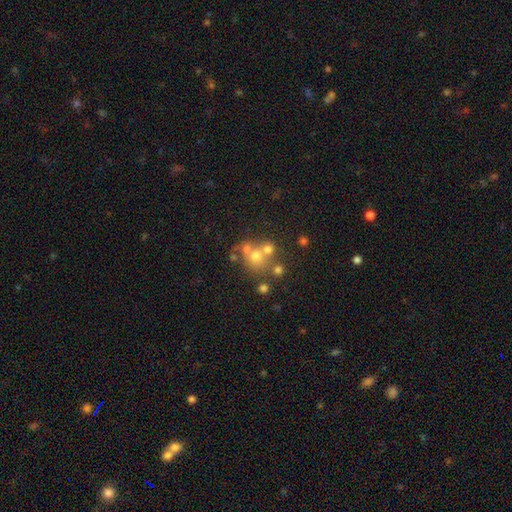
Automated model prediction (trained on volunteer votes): This is possibly a smooth galaxy (53%). How rounded: likely round (80%). Merging: marginally none (45%).